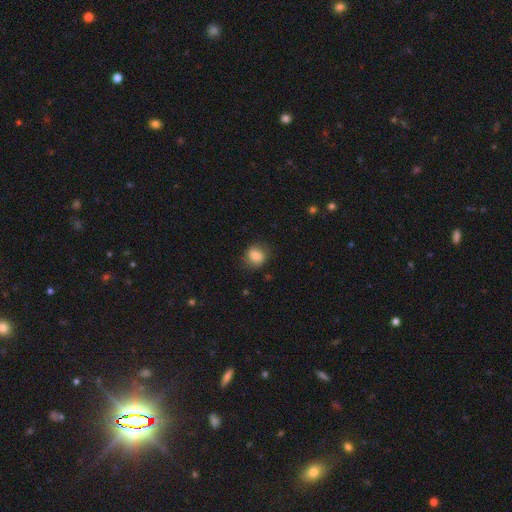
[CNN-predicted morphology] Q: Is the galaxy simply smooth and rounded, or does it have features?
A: smooth — 82%.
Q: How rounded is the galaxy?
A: round — 64%.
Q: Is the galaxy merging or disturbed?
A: none — 75%.